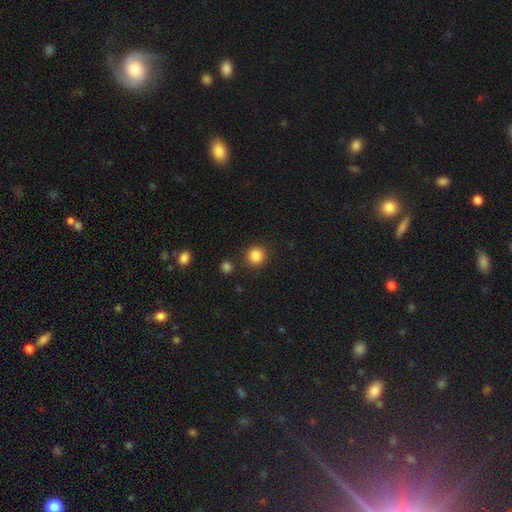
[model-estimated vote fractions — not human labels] The model was most divided on "smooth or featured": smooth: 86%, star or artifact: 10%, featured or disk: 4%. More confident: how rounded — round (92%); merging — none (88%).